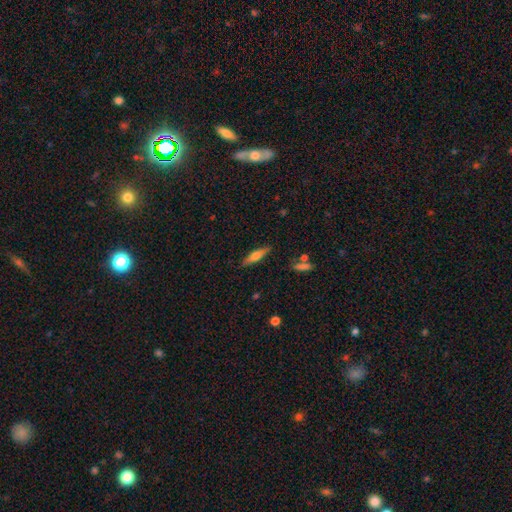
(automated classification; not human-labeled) A smooth galaxy with no disk features (56%) that is cigar-shaped (74%). Merging: none (85%).